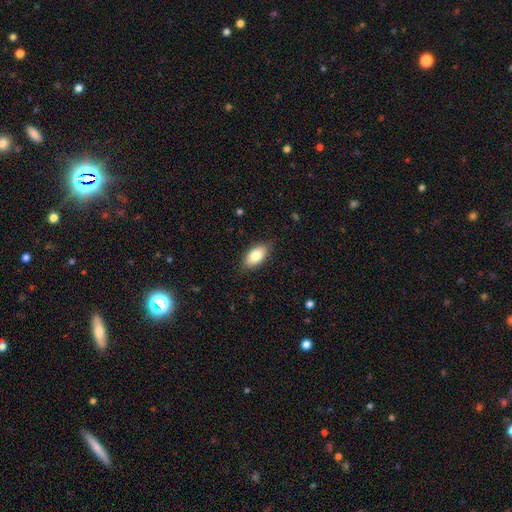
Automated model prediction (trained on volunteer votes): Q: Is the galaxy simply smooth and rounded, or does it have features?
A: smooth — 80%.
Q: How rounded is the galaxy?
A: in between — 91%.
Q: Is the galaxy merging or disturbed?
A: none — 84%.